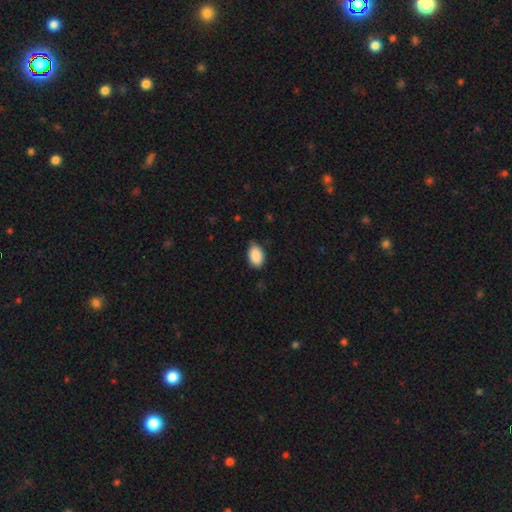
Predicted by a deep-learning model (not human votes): Q: Smooth or featured?
A: smooth (89%); runner-up: star or artifact (7%)
Q: How rounded?
A: in between (88%); runner-up: round (10%)
Q: Merging?
A: none (73%); runner-up: minor disturbance (23%)